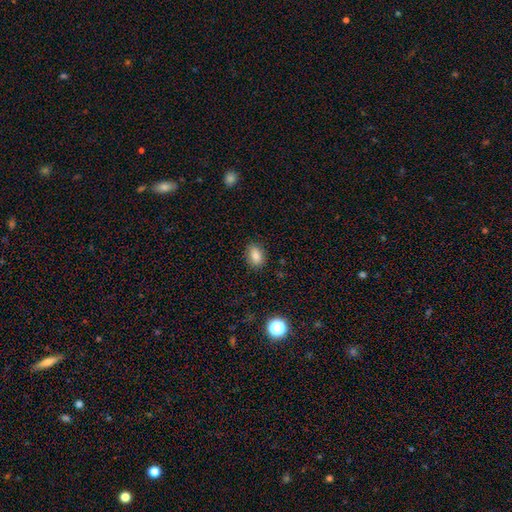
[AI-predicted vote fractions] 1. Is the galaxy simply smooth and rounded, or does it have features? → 84% smooth, 10% star or artifact, 6% featured or disk.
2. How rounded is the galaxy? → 81% in between, 18% round, 2% cigar-shaped.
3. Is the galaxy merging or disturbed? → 86% none, 11% minor disturbance, 3% major disturbance, 1% merger.